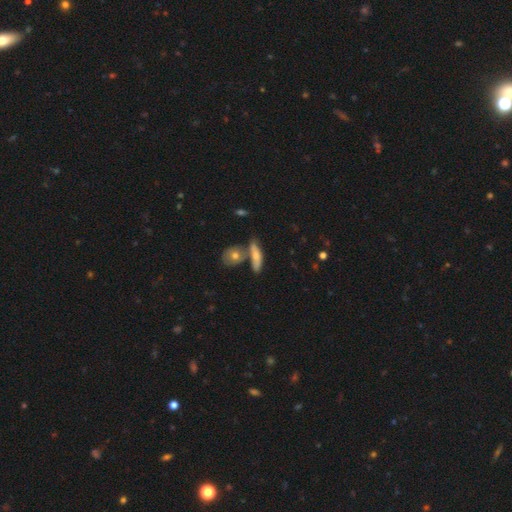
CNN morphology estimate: Smooth or featured?
  - smooth: 62% *
  - featured or disk: 31%
  - star or artifact: 8%
How rounded?
  - cigar-shaped: 59% *
  - in between: 34%
  - round: 6%
Merging?
  - none: 53% *
  - merger: 27%
  - minor disturbance: 15%
  - major disturbance: 5%